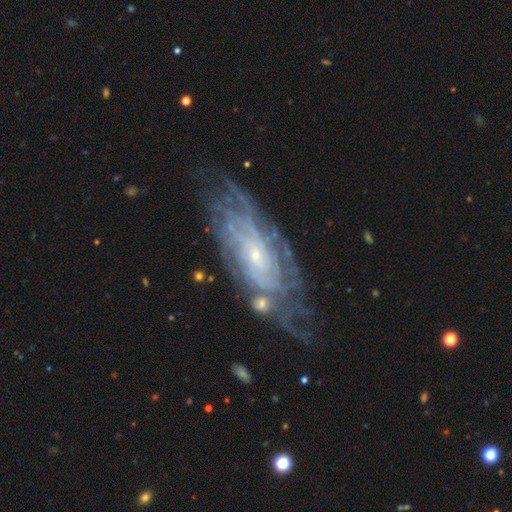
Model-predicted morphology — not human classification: The model was most divided on "spiral arm count": can't tell: 47%, more than 4: 16%, 4: 15%, 2: 9%, 3: 9%, 1: 5%. More confident: spiral arms — yes (93%); edge-on disk — no (90%); smooth or featured — featured or disk (84%); bulge size — small (82%); spiral winding — tight (73%); bar — no (73%); merging — none (66%).